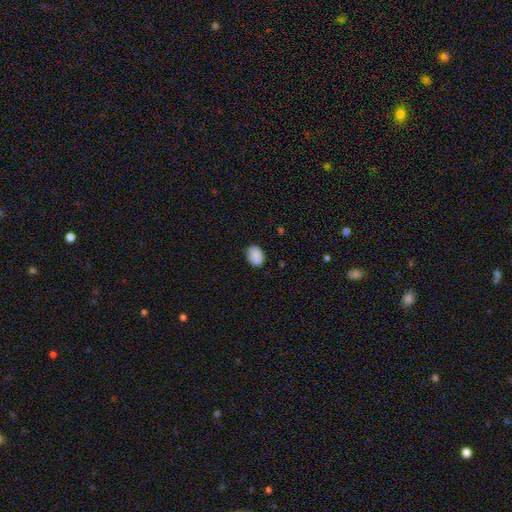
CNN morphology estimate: smooth_or_featured: smooth (p=0.88) [alt: star or artifact p=0.07]
how_rounded: in between (p=0.73) [alt: round p=0.26]
merging: none (p=0.81) [alt: minor disturbance p=0.15]